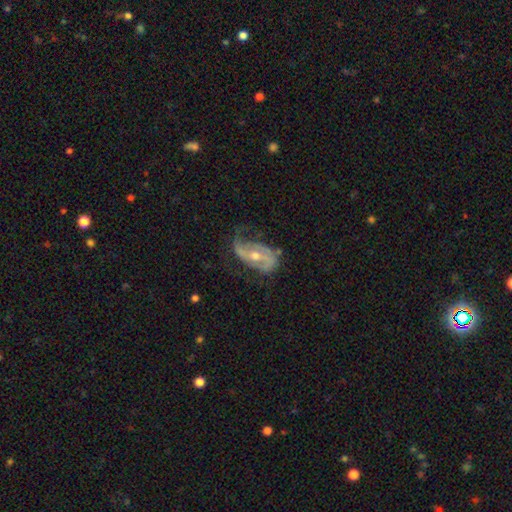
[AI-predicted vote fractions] This appears to be a featured or disk galaxy (81%) with no bar (43%), 2 (71%) medium (39%) spiral arms (89%) and a moderate central bulge (58%). Merging: none (49%).